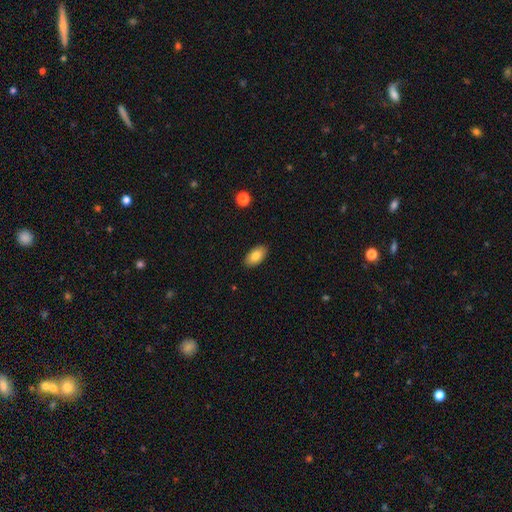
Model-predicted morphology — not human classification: A smooth galaxy with no disk features (82%) that is in between round and cigar-shaped (94%). Merging: none (89%).